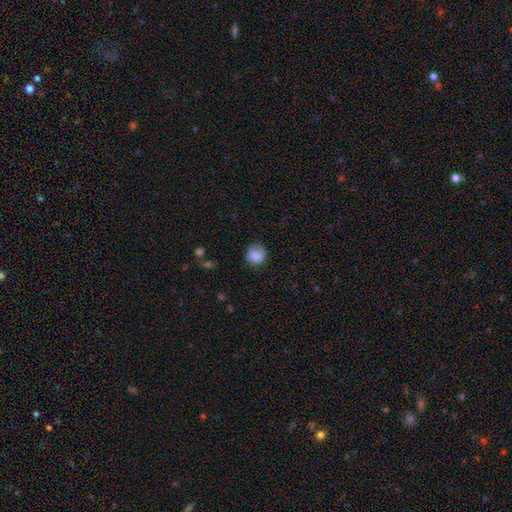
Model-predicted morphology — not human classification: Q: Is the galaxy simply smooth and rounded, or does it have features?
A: smooth — 85%.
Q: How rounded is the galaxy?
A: round — 84%.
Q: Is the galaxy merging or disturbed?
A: none — 72%.